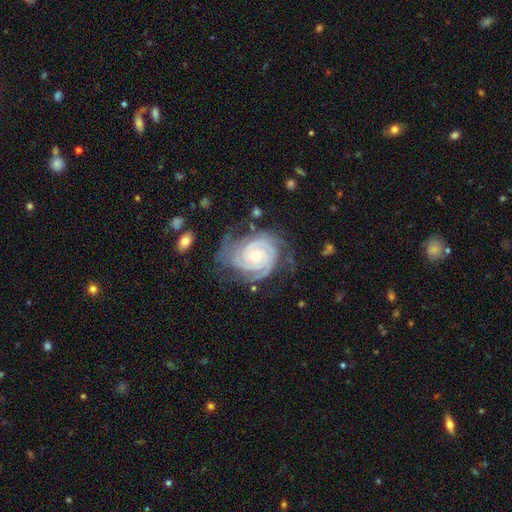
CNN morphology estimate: This appears to be a featured or disk galaxy (92%) with no bar (73%), 3 (37%) tight (80%) spiral arms (98%) and a small central bulge (51%). Merging: none (66%).